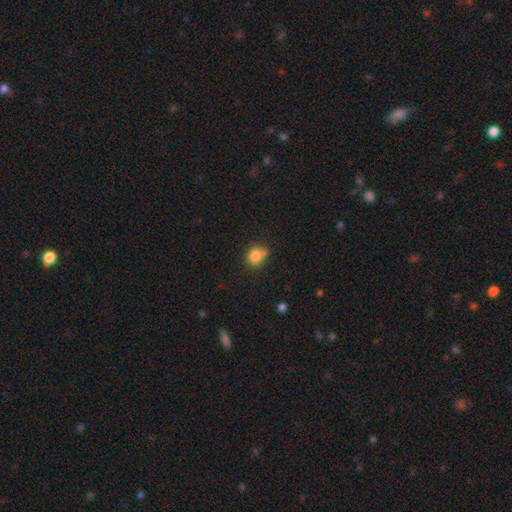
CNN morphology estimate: smooth_or_featured: smooth (p=0.82) [alt: star or artifact p=0.11]
how_rounded: round (p=0.69) [alt: in between p=0.30]
merging: none (p=0.58) [alt: minor disturbance p=0.25]